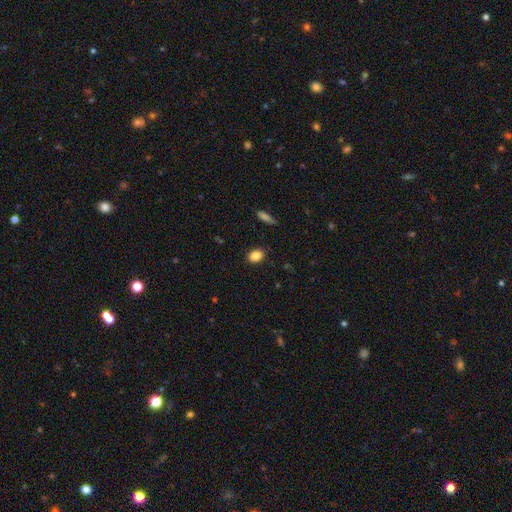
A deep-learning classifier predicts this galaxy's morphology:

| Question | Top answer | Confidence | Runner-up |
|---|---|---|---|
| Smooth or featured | smooth | 86% | star or artifact (9%) |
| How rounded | in between | 66% | round (32%) |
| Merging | none | 87% | minor disturbance (9%) |